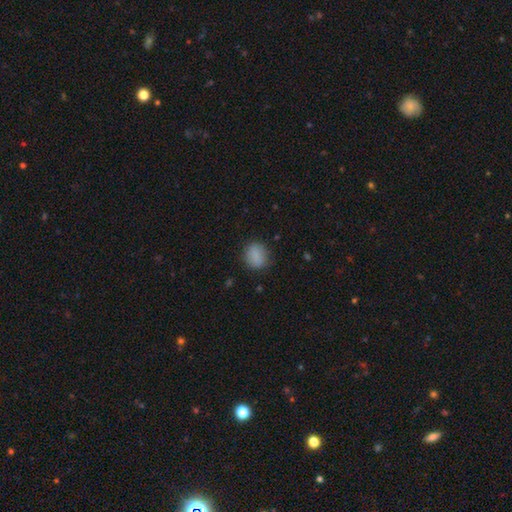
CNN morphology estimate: This appears to be a smooth galaxy with no disk features (86%) that is round (60%). Merging: none (81%).